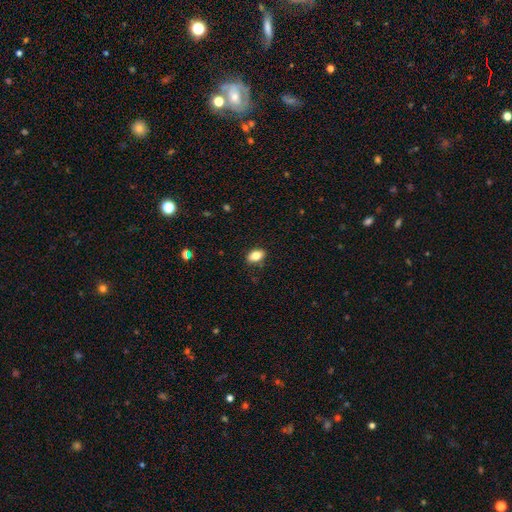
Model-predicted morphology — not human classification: This is clearly a smooth galaxy (82%). How rounded: clearly in between (87%). Merging: clearly none (87%).